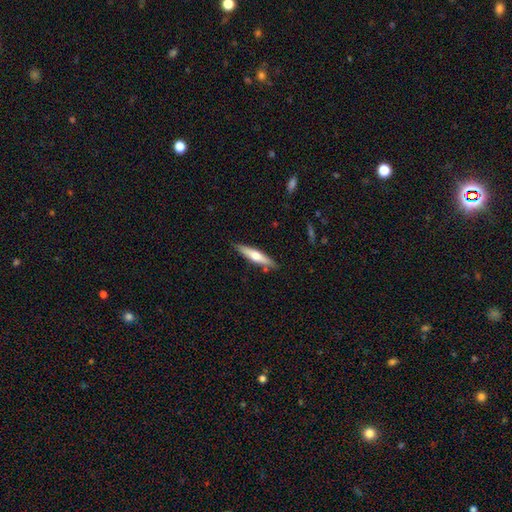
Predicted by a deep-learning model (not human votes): The model was most divided on "smooth or featured": smooth: 51%, featured or disk: 44%, star or artifact: 5%. More confident: merging — none (85%); how rounded — cigar-shaped (84%).